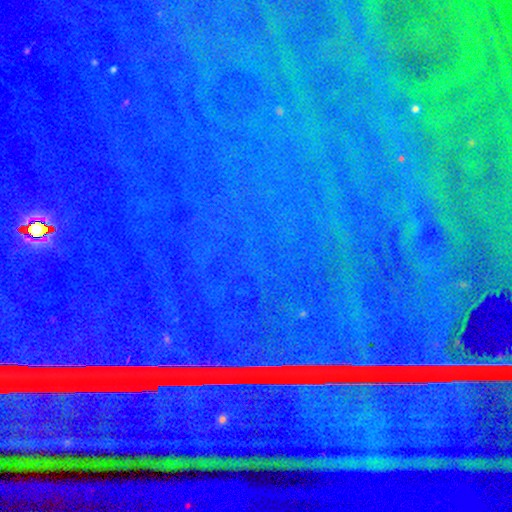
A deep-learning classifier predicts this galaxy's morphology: A star or artifact, not a galaxy (88%).